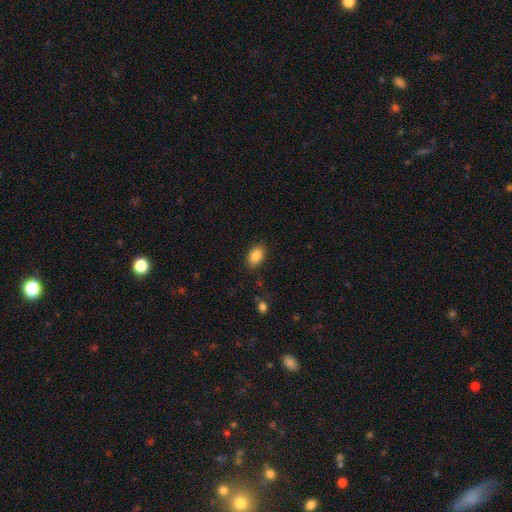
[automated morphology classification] A smooth galaxy with no disk features (87%) that is in between round and cigar-shaped (85%).

Vote fractions:
- Smooth or featured? smooth: 87% / star or artifact: 8% / featured or disk: 5%
- How rounded? in between: 85% / round: 14% / cigar-shaped: 1%
- Merging? none: 86% / minor disturbance: 10% / major disturbance: 3% / merger: 1%